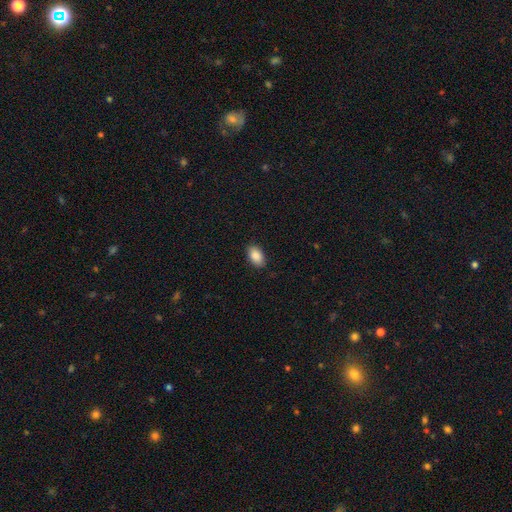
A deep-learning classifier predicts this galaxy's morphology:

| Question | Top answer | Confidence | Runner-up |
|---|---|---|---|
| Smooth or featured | smooth | 89% | star or artifact (7%) |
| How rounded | in between | 93% | round (6%) |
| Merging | none | 87% | minor disturbance (10%) |